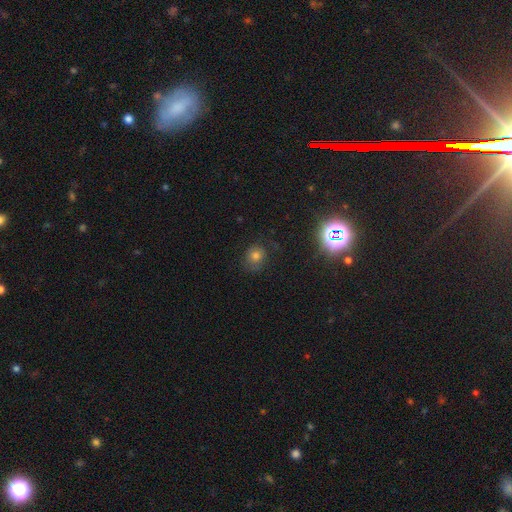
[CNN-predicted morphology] Smooth or featured? Predicted: smooth (p=0.70). How rounded? Predicted: round (p=0.81). Merging? Predicted: none (p=0.72).